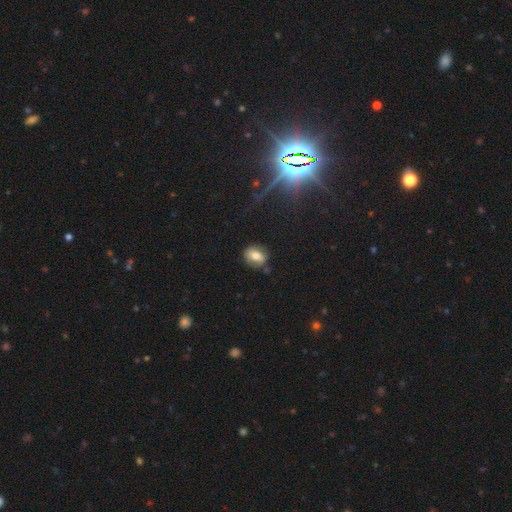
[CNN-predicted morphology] type=smooth (65%); roundness=round (50%); merging=none (76%).